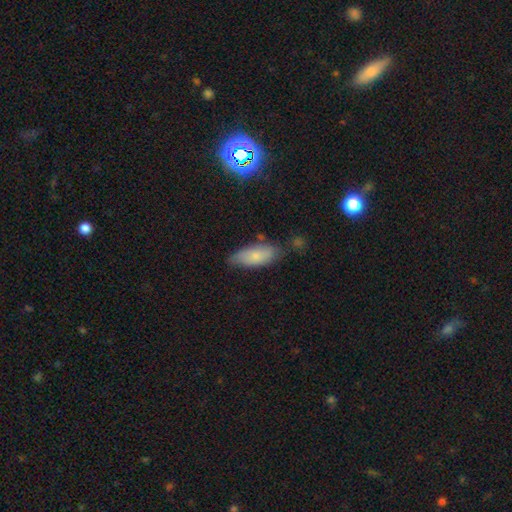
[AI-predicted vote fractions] Smooth or featured?
  - smooth: 73% *
  - featured or disk: 19%
  - star or artifact: 8%
How rounded?
  - in between: 81% *
  - cigar-shaped: 16%
  - round: 3%
Merging?
  - none: 64% *
  - minor disturbance: 26%
  - major disturbance: 5%
  - merger: 5%